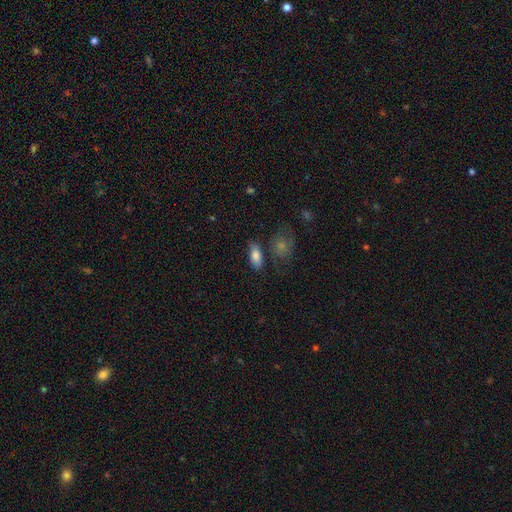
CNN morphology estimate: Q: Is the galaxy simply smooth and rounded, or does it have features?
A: smooth — 82%.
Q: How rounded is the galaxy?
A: in between — 86%.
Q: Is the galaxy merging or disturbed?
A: none — 73%.